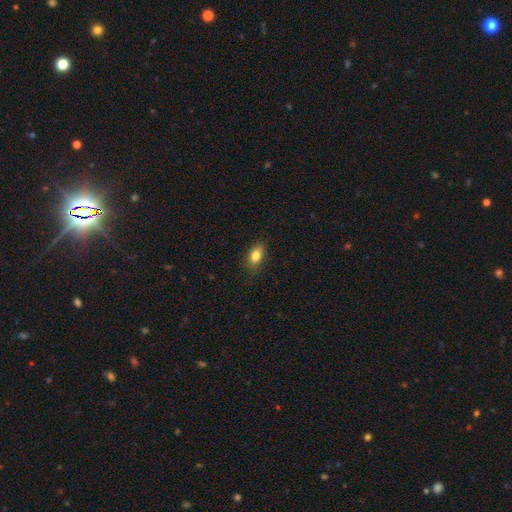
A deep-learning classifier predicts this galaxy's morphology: smooth_or_featured: smooth (p=0.81) [alt: featured or disk p=0.10]
how_rounded: in between (p=0.82) [alt: round p=0.13]
merging: none (p=0.81) [alt: minor disturbance p=0.15]